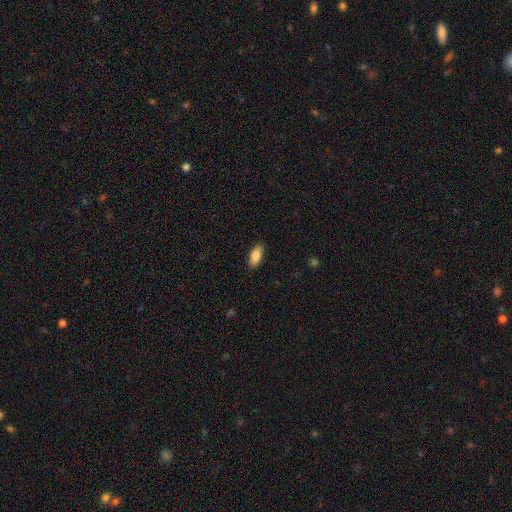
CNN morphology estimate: Smooth or featured?
  - smooth: 87% *
  - featured or disk: 7%
  - star or artifact: 6%
How rounded?
  - in between: 86% *
  - cigar-shaped: 12%
  - round: 2%
Merging?
  - none: 88% *
  - minor disturbance: 9%
  - major disturbance: 2%
  - merger: 1%